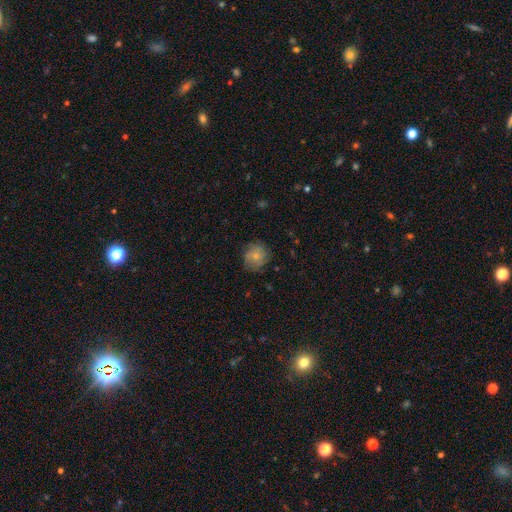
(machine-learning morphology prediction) This appears to be a smooth galaxy with no disk features (68%) that is round (87%). Merging: none (77%).